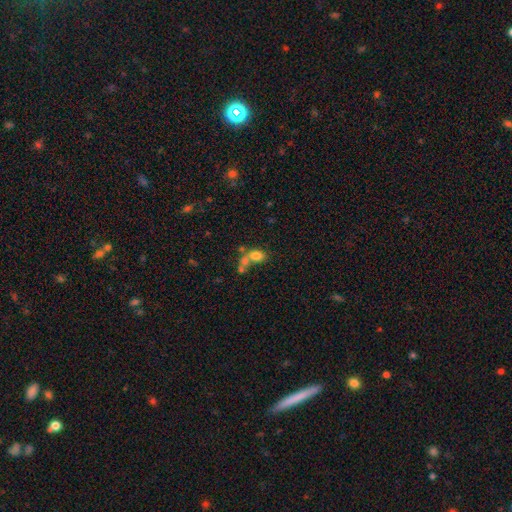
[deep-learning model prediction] Smooth or featured? Predicted: smooth (p=0.72). How rounded? Predicted: in between (p=0.81). Merging? Predicted: merger (p=0.51).